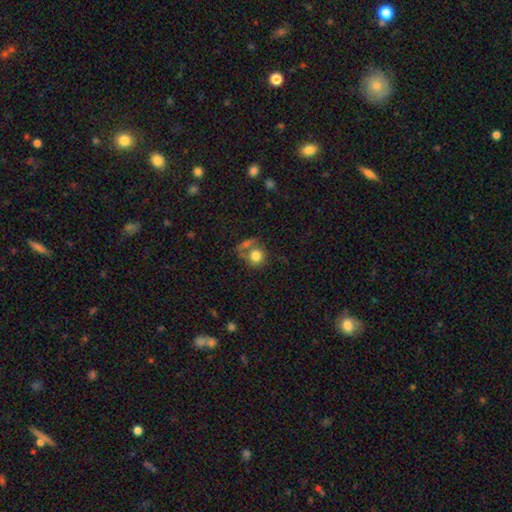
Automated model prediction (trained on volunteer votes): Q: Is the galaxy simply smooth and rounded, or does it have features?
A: smooth — 76%.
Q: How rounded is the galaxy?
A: round — 79%.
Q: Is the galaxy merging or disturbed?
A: none — 39%.